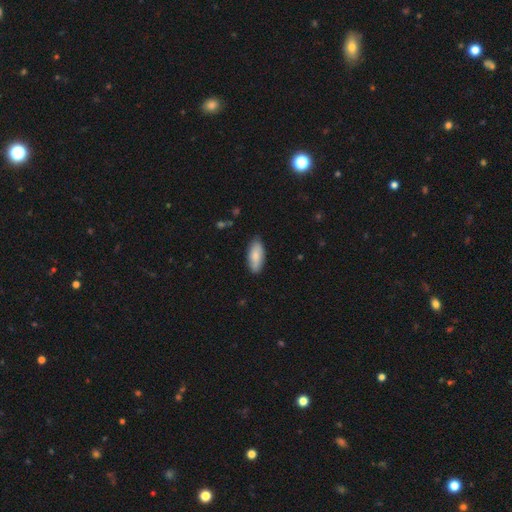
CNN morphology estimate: This appears to be a smooth galaxy with no disk features (81%) that is in between round and cigar-shaped (83%). Merging: none (82%).